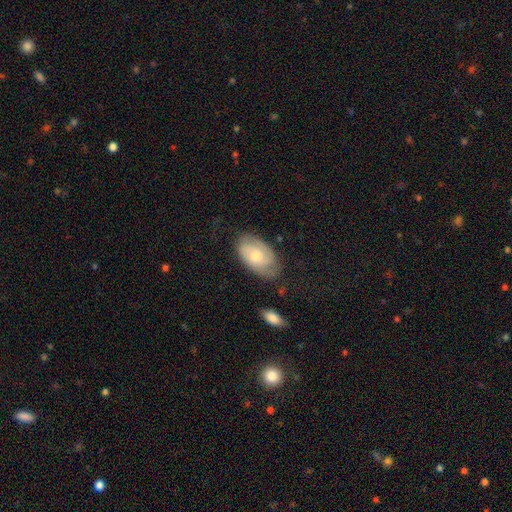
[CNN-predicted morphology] smooth-or-featured: featured or disk: 52% | smooth: 41% | star or artifact: 7%
  disk-edge-on: no: 94% | yes: 6%
  merging: none: 72% | minor disturbance: 20% | major disturbance: 6% | merger: 2%